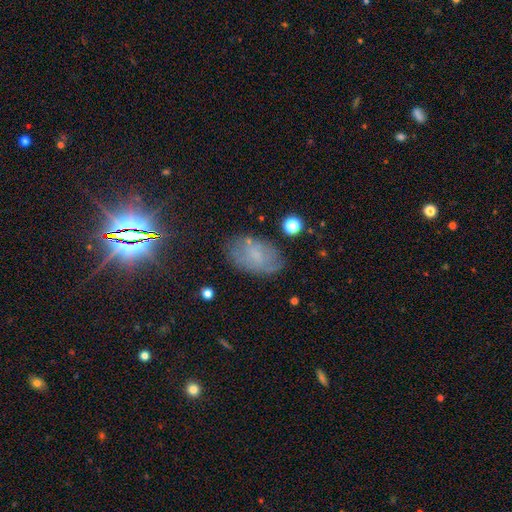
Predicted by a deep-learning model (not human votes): Overall: smooth (55%; featured or disk 32%). How rounded: in between (91%). Merging: none (71%).